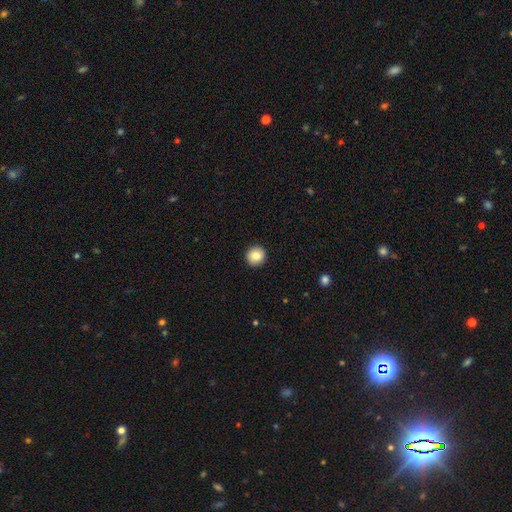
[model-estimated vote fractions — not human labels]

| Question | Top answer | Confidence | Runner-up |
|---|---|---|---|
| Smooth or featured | smooth | 84% | star or artifact (8%) |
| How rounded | round | 94% | in between (5%) |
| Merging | none | 93% | minor disturbance (5%) |